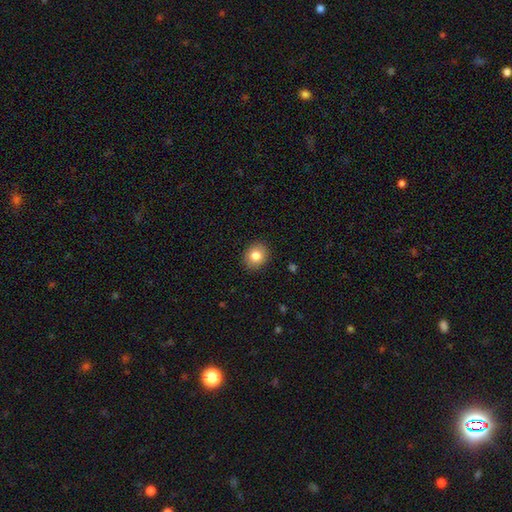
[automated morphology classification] A smooth galaxy with no disk features (83%) that is round (66%). Merging: none (90%).